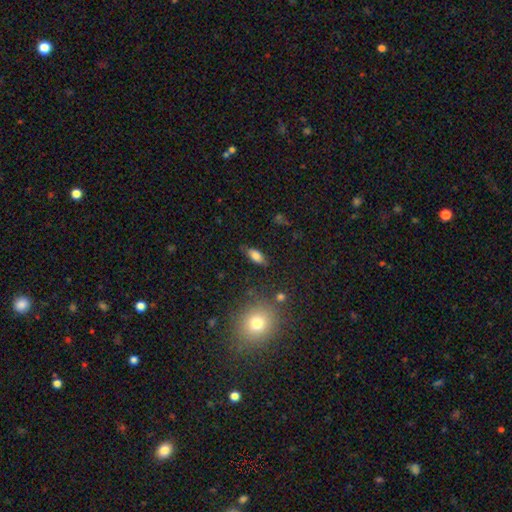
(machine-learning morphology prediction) Smooth or featured? smooth (79%)
How rounded? in between (85%)
Merging? none (81%)